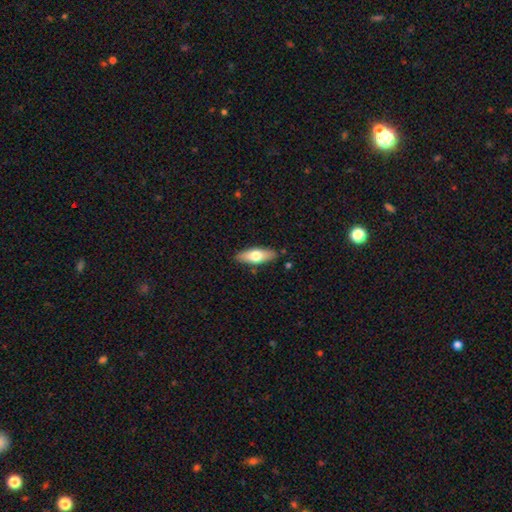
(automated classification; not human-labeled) The model was most divided on "how rounded": in between: 65%, cigar-shaped: 32%, round: 3%. More confident: merging — none (86%); smooth or featured — smooth (64%).